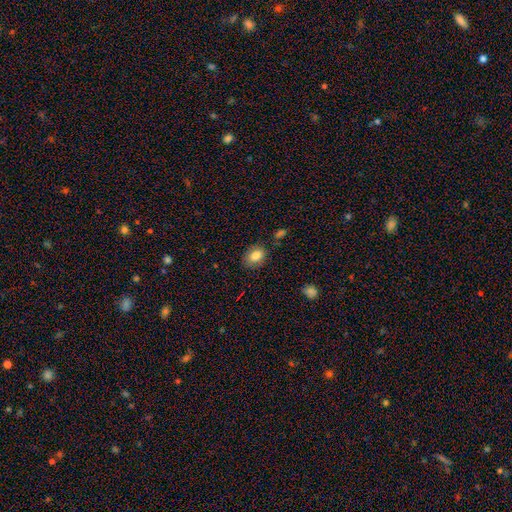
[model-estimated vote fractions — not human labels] Overall: smooth (84%). How rounded: in between (78%). Merging: none (80%).